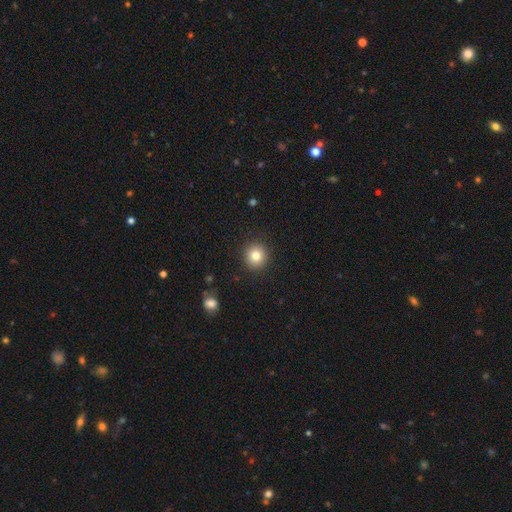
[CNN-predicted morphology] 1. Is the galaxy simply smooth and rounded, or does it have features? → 82% smooth, 11% star or artifact, 8% featured or disk.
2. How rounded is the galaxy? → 91% round, 8% in between, 1% cigar-shaped.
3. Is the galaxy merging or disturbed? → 91% none, 6% minor disturbance, 2% major disturbance, 1% merger.